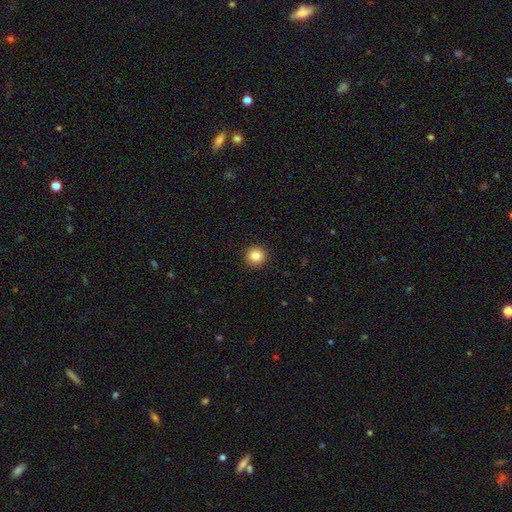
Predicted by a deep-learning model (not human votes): The model was most divided on "smooth or featured": smooth: 86%, star or artifact: 10%, featured or disk: 4%. More confident: how rounded — round (94%); merging — none (93%).